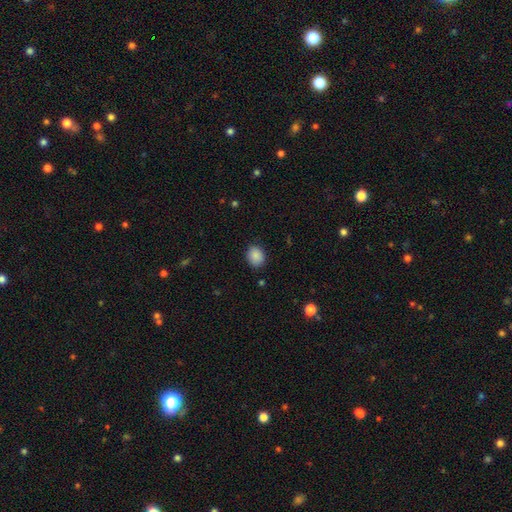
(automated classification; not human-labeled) smooth-or-featured: smooth: 88% | star or artifact: 9% | featured or disk: 4%
  how-rounded: round: 54% | in between: 45% | cigar-shaped: 1%
  merging: none: 85% | minor disturbance: 12% | major disturbance: 3% | merger: 1%